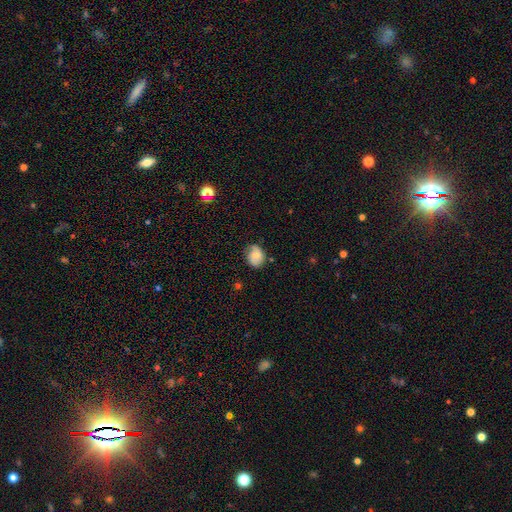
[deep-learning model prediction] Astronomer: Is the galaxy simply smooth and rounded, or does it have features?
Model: smooth — 58%.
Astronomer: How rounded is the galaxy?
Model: round — 52% (runner-up: in between, 47%).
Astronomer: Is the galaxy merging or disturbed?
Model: none — 65%.